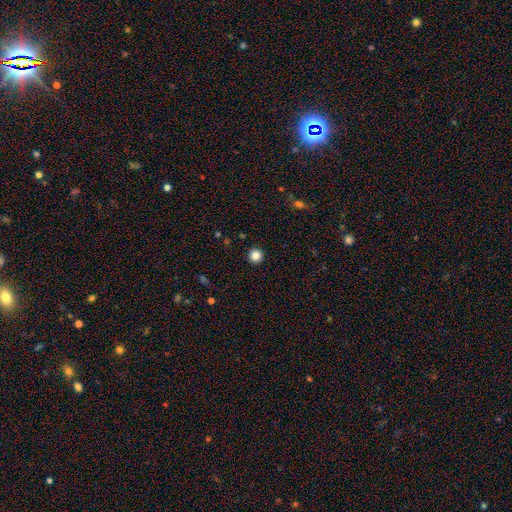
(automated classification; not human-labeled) Smooth or featured? Predicted: smooth (p=0.85). How rounded? Predicted: round (p=0.96). Merging? Predicted: none (p=0.93).